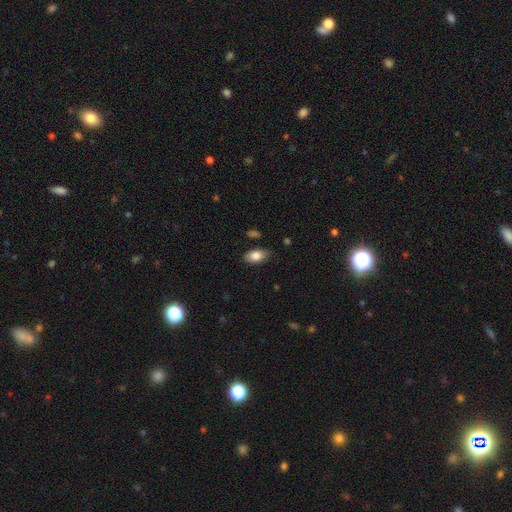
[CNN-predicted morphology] smooth_or_featured: smooth (p=0.83) [alt: featured or disk p=0.10]
how_rounded: in between (p=0.92) [alt: round p=0.05]
merging: none (p=0.82) [alt: minor disturbance p=0.13]